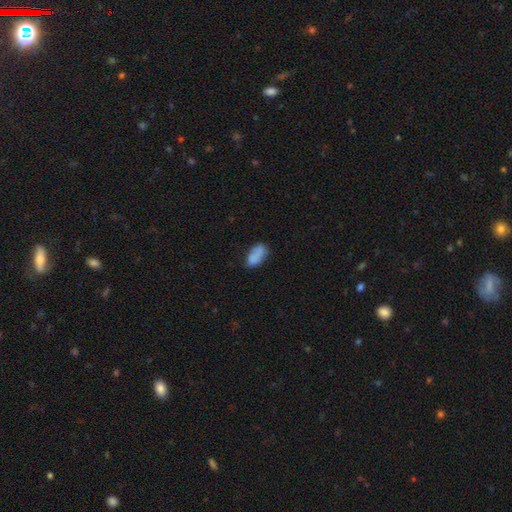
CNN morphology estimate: smooth-or-featured: smooth: 81% | featured or disk: 11% | star or artifact: 8%
  how-rounded: in between: 92% | cigar-shaped: 5% | round: 4%
  merging: none: 63% | minor disturbance: 24% | major disturbance: 7% | merger: 5%